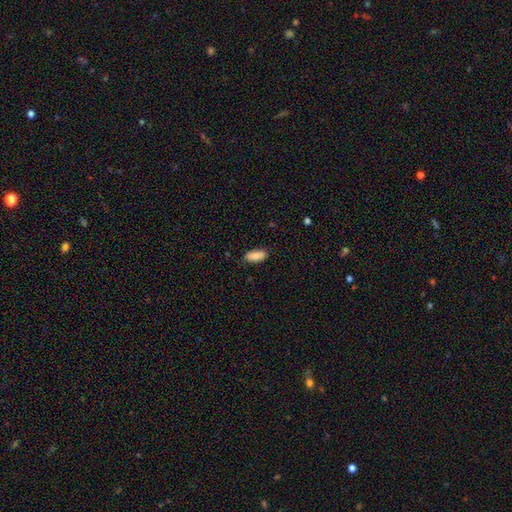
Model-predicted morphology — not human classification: Smooth or featured?
  - smooth: 88% *
  - star or artifact: 6%
  - featured or disk: 6%
How rounded?
  - in between: 77% *
  - cigar-shaped: 21%
  - round: 2%
Merging?
  - none: 84% *
  - minor disturbance: 13%
  - major disturbance: 2%
  - merger: 1%